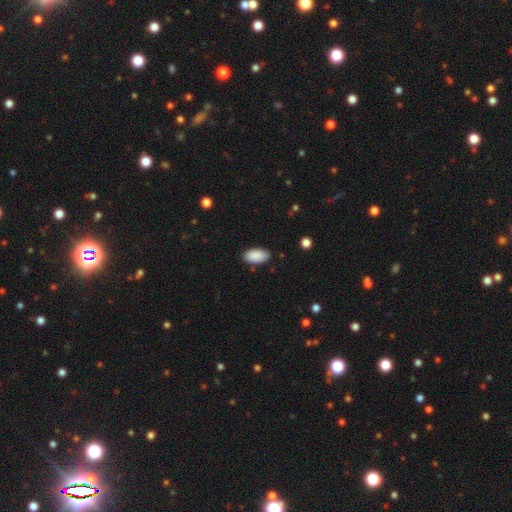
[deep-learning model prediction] This is clearly a smooth galaxy (90%). How rounded: clearly in between (95%). Merging: clearly none (86%).